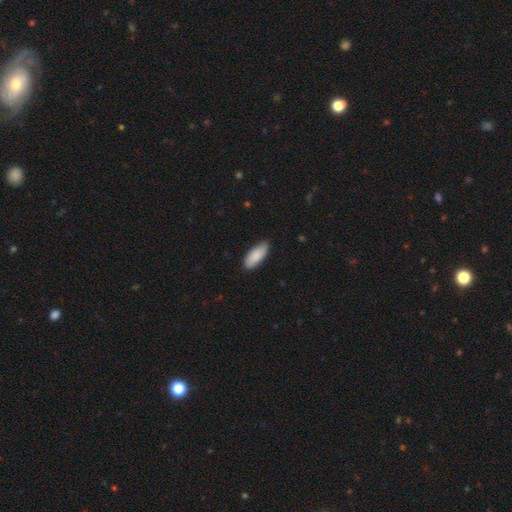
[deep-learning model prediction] smooth_or_featured: smooth (p=0.88) [alt: featured or disk p=0.07]
how_rounded: in between (p=0.82) [alt: cigar-shaped p=0.17]
merging: none (p=0.84) [alt: minor disturbance p=0.13]